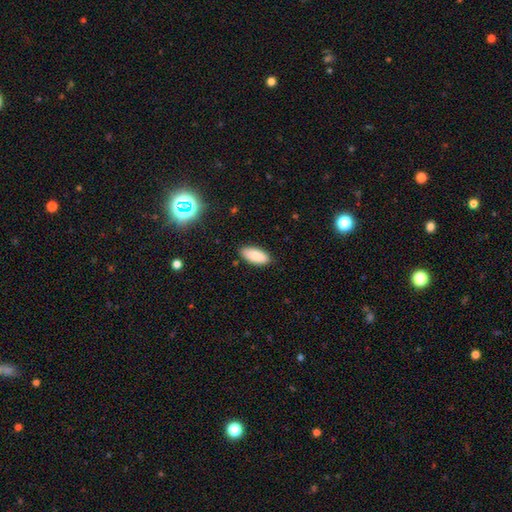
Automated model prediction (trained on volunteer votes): Overall: smooth (86%). How rounded: in between (88%). Merging: none (86%).